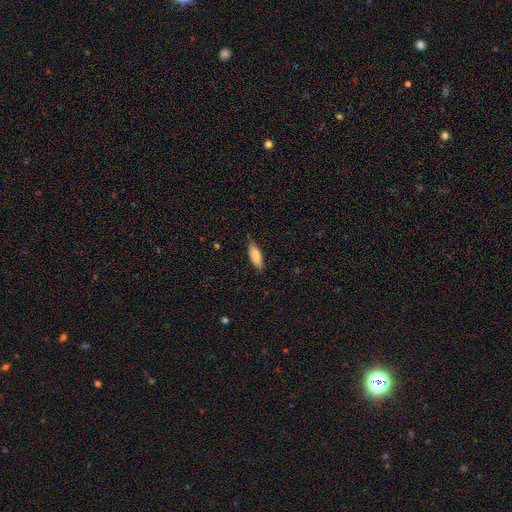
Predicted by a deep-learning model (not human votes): Q: Smooth or featured?
A: smooth (84%); runner-up: featured or disk (10%)
Q: How rounded?
A: in between (71%); runner-up: cigar-shaped (27%)
Q: Merging?
A: none (77%); runner-up: minor disturbance (19%)